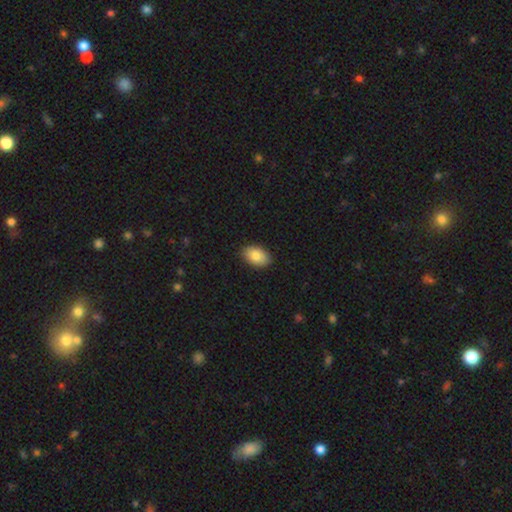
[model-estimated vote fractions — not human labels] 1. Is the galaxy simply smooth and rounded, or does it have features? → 84% smooth, 9% featured or disk, 7% star or artifact.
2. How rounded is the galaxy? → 91% in between, 8% round, 1% cigar-shaped.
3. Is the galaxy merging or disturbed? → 89% none, 9% minor disturbance, 2% major disturbance, 1% merger.